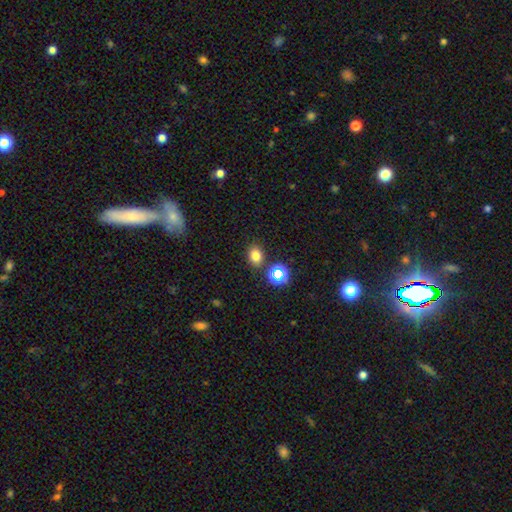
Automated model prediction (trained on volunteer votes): A smooth galaxy with no disk features (76%) that is in between round and cigar-shaped (57%). Merging: none (81%).